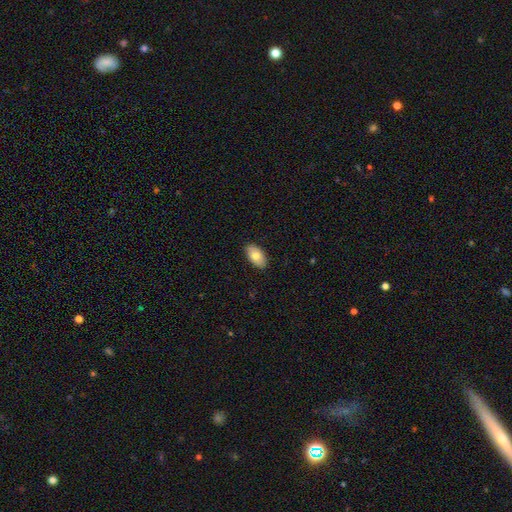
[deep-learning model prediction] A smooth galaxy with no disk features (76%) that is in between round and cigar-shaped (94%).

Vote fractions:
- Smooth or featured? smooth: 76% / featured or disk: 17% / star or artifact: 6%
- How rounded? in between: 94% / round: 4% / cigar-shaped: 2%
- Merging? none: 89% / minor disturbance: 9% / major disturbance: 2% / merger: 1%